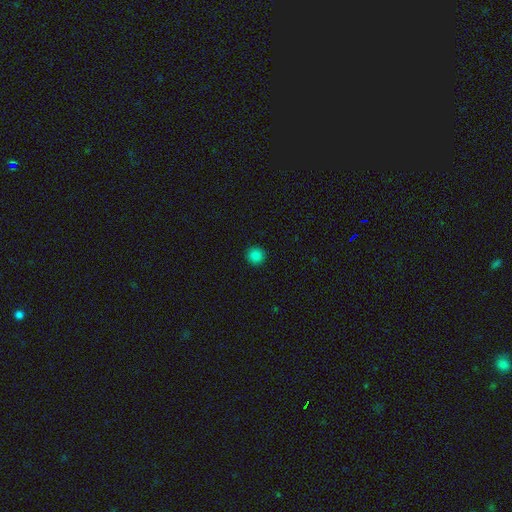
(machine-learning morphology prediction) smooth 85%, star or artifact 12%, featured or disk 3%. Down the decision tree: how rounded — round (95%); merging — none (93%).